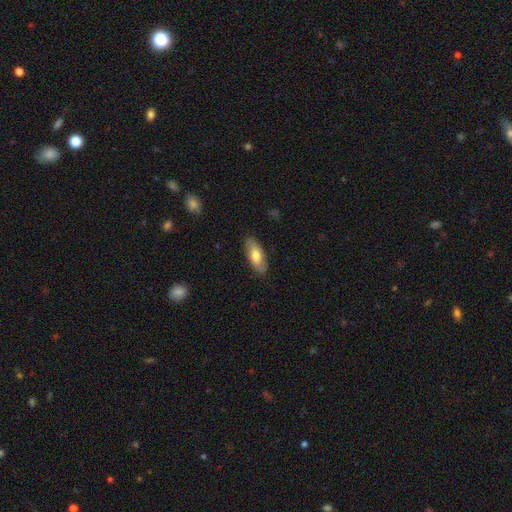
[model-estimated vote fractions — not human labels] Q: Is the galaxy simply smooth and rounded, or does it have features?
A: smooth — 69%.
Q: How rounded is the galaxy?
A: in between — 82%.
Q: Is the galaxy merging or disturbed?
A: none — 86%.